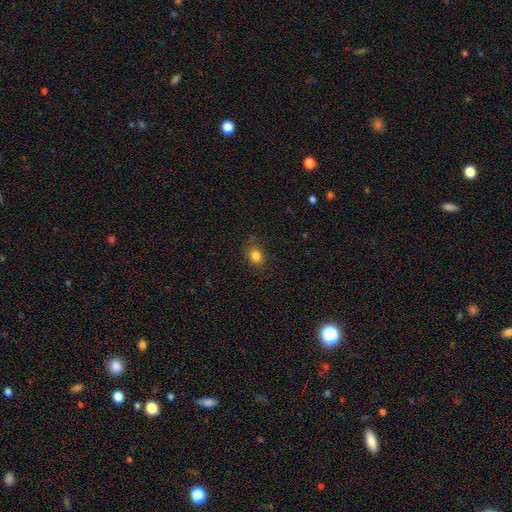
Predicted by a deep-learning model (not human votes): This appears to be a smooth galaxy with no disk features (82%) that is round (57%). Merging: none (83%).